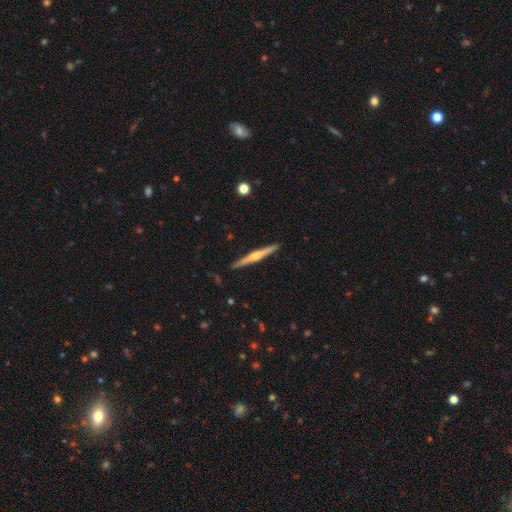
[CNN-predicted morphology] Q: Smooth or featured?
A: featured or disk (73%); runner-up: smooth (22%)
Q: Edge-on disk?
A: yes (98%); runner-up: no (2%)
Q: Edge-on bulge?
A: rounded (87%); runner-up: none (8%)
Q: Merging?
A: none (91%); runner-up: minor disturbance (6%)